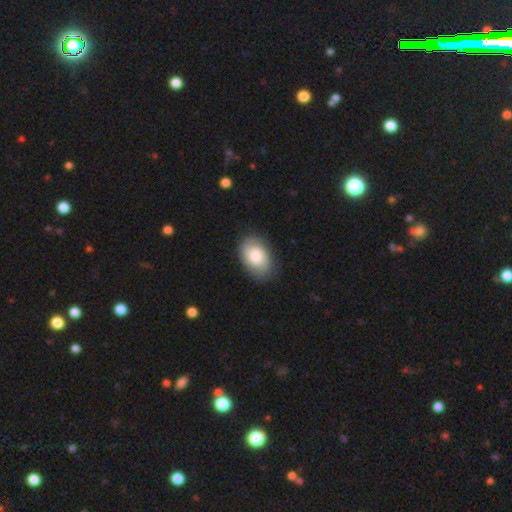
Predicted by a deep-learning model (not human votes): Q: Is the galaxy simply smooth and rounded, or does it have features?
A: smooth — 75%.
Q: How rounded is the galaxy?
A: in between — 88%.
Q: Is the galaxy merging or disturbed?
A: none — 81%.